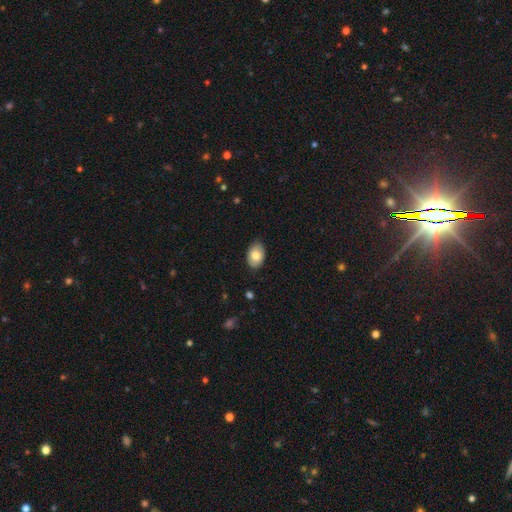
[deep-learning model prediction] smooth-or-featured: smooth: 80% | featured or disk: 13% | star or artifact: 6%
  how-rounded: in between: 90% | round: 9% | cigar-shaped: 1%
  merging: none: 86% | minor disturbance: 11% | major disturbance: 2% | merger: 1%